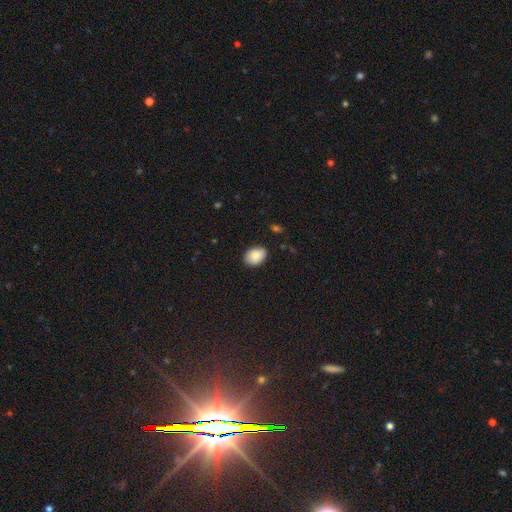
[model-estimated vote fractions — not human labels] Q: Smooth or featured?
A: smooth (87%); runner-up: star or artifact (7%)
Q: How rounded?
A: in between (77%); runner-up: round (22%)
Q: Merging?
A: none (84%); runner-up: minor disturbance (12%)